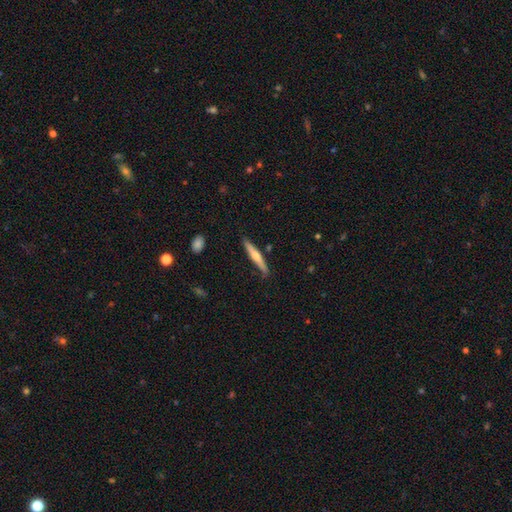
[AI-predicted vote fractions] Q: Smooth or featured?
A: featured or disk (52%); runner-up: smooth (43%)
Q: Edge-on disk?
A: yes (96%); runner-up: no (4%)
Q: Merging?
A: none (85%); runner-up: minor disturbance (11%)